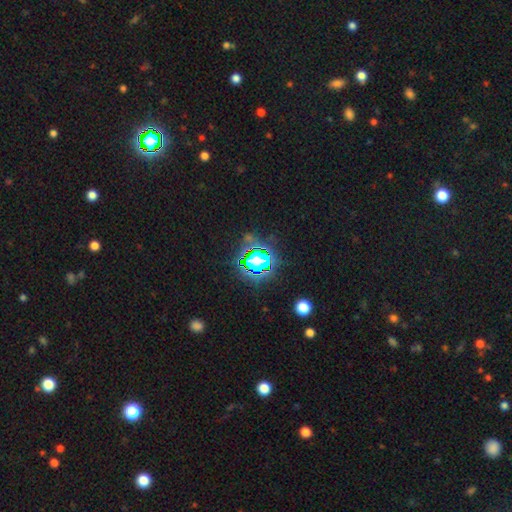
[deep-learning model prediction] The model was most divided on "smooth or featured": star or artifact: 80%, smooth: 13%, featured or disk: 7%.